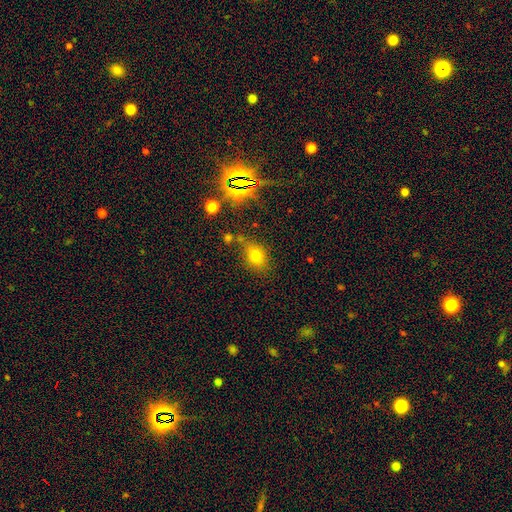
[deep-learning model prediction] A smooth galaxy with no disk features (71%) that is in between round and cigar-shaped (63%). Merging: none (67%).